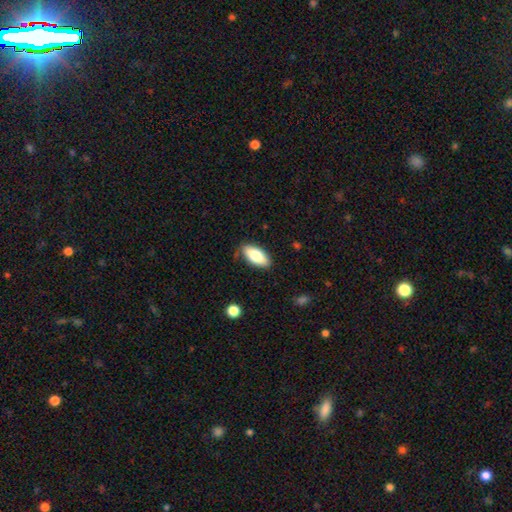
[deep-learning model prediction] Morphology: type=smooth (78%); roundness=in between (87%); merging=none (82%).